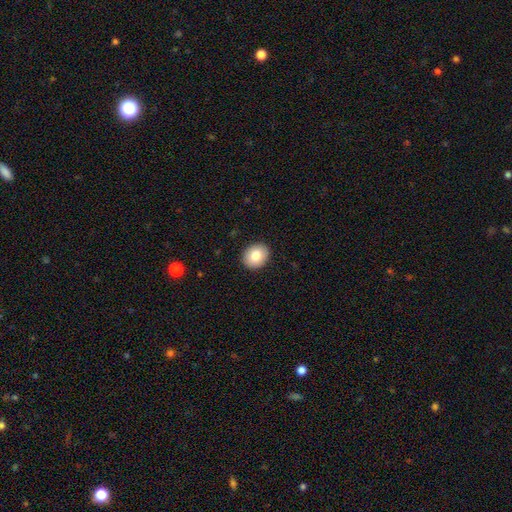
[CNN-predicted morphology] This is clearly a smooth galaxy (81%). How rounded: possibly round (60%). Merging: clearly none (91%).